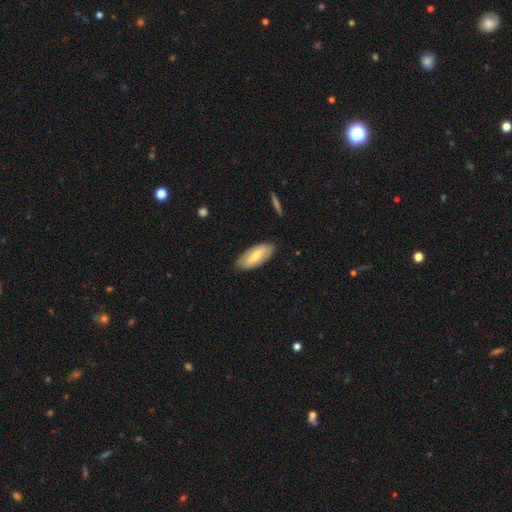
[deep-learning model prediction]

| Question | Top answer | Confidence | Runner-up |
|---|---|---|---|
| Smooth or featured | smooth | 57% | featured or disk (37%) |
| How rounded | in between | 87% | cigar-shaped (11%) |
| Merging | none | 83% | minor disturbance (13%) |